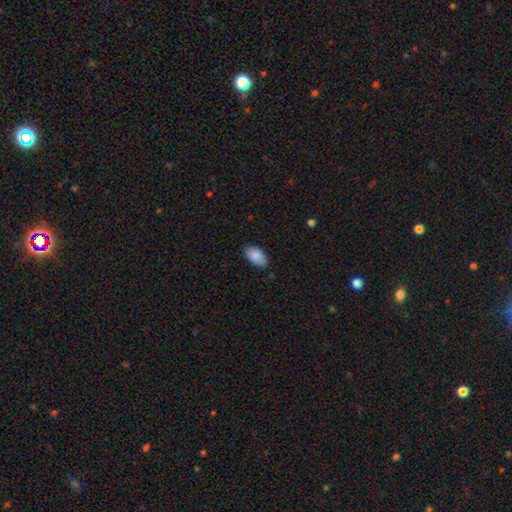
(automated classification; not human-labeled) This is clearly a smooth galaxy (88%). How rounded: clearly in between (94%). Merging: clearly none (80%).